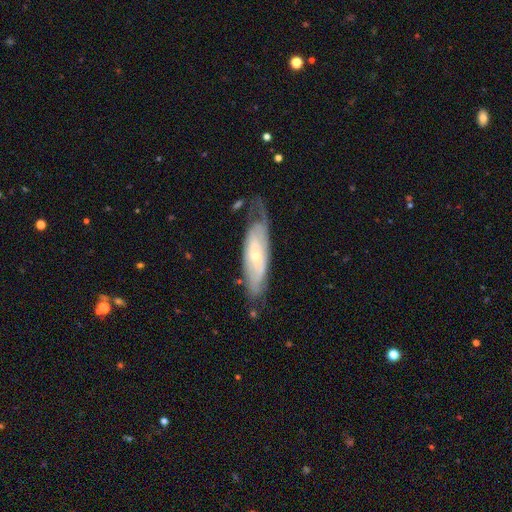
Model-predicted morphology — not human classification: A featured or disk galaxy (69%) with no bar (68%), spiral arms (78%) and a small central bulge (67%). Merging: none (54%).